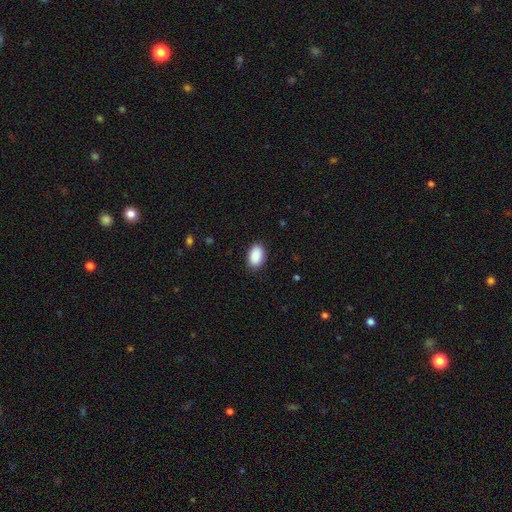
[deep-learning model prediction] smooth_or_featured: smooth (p=0.91) [alt: star or artifact p=0.07]
how_rounded: in between (p=0.92) [alt: round p=0.07]
merging: none (p=0.88) [alt: minor disturbance p=0.09]